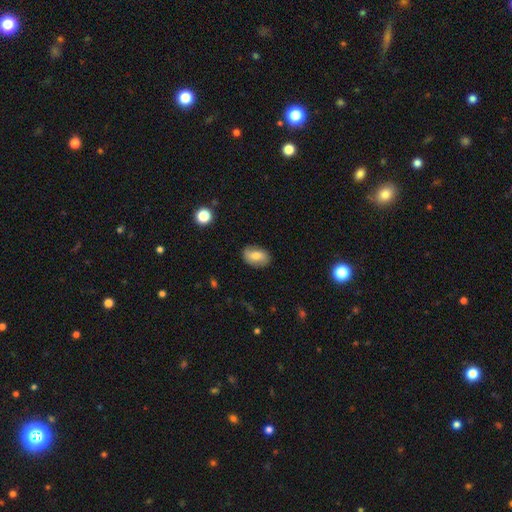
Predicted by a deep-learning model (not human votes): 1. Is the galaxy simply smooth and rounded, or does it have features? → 65% smooth, 27% featured or disk, 8% star or artifact.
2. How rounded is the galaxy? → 84% in between, 14% round, 2% cigar-shaped.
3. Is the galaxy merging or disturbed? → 81% none, 15% minor disturbance, 3% major disturbance, 1% merger.